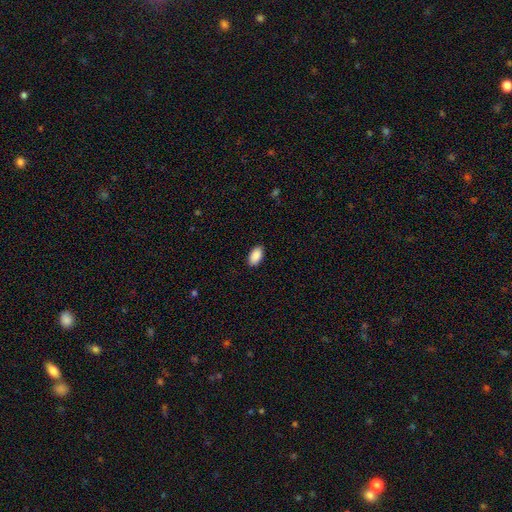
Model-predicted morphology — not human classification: type=smooth (90%); roundness=in between (95%); merging=none (89%).